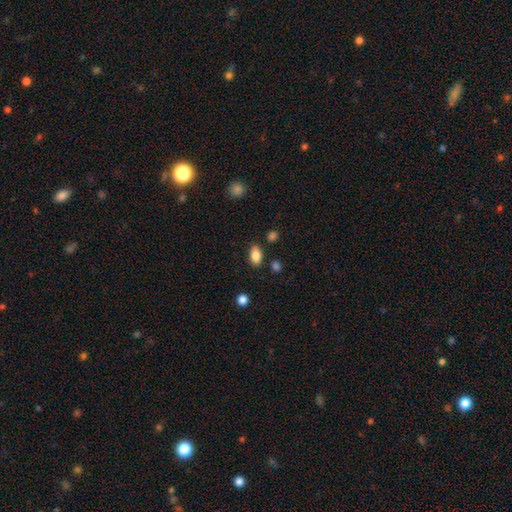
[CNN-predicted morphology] A smooth galaxy with no disk features (85%) that is in between round and cigar-shaped (88%). Merging: none (80%).